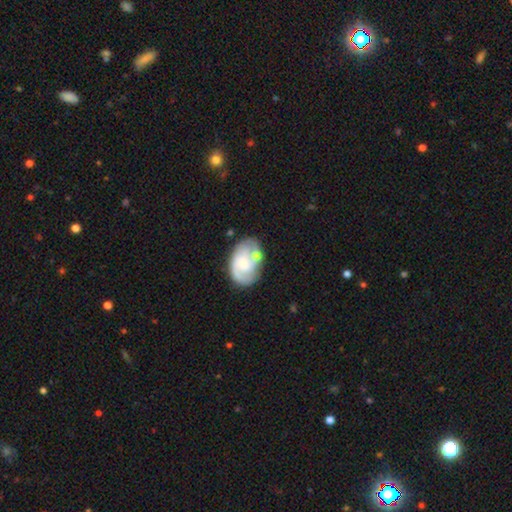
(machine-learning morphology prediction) A featured or disk galaxy (69%) with no bar (62%), 2 (60%) medium (43%) spiral arms (88%) and a small central bulge (40%). Merging: none (54%).